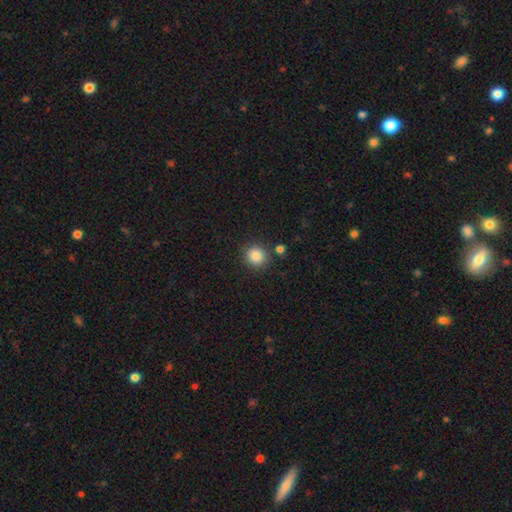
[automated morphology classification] smooth-or-featured: smooth: 86% | star or artifact: 10% | featured or disk: 4%
  how-rounded: round: 86% | in between: 13% | cigar-shaped: 1%
  merging: none: 84% | minor disturbance: 8% | merger: 5% | major disturbance: 3%